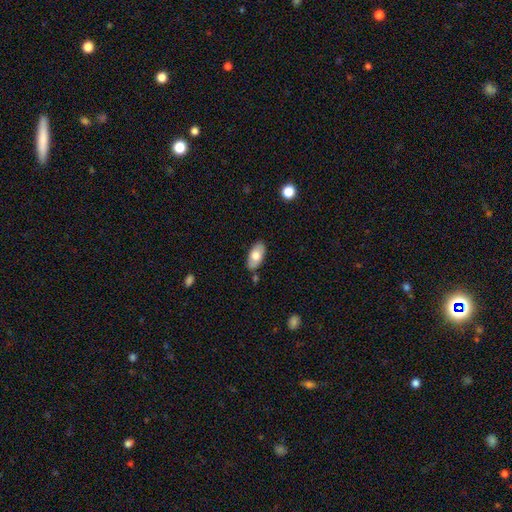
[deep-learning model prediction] Morphology: type=smooth (71%); roundness=in between (94%); merging=none (81%).